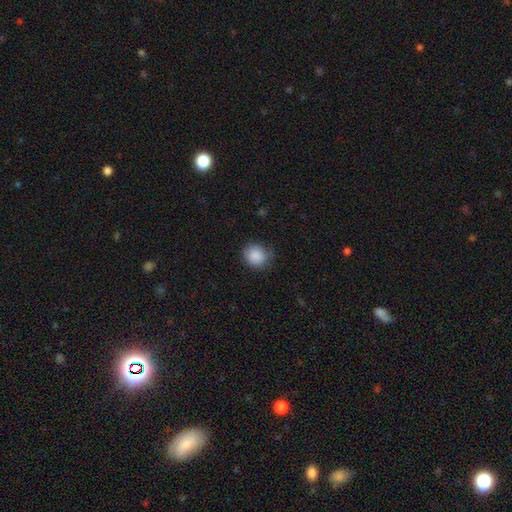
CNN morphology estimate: smooth-or-featured: smooth: 87% | star or artifact: 8% | featured or disk: 5%
  how-rounded: round: 79% | in between: 20% | cigar-shaped: 1%
  merging: none: 70% | minor disturbance: 23% | major disturbance: 5% | merger: 1%